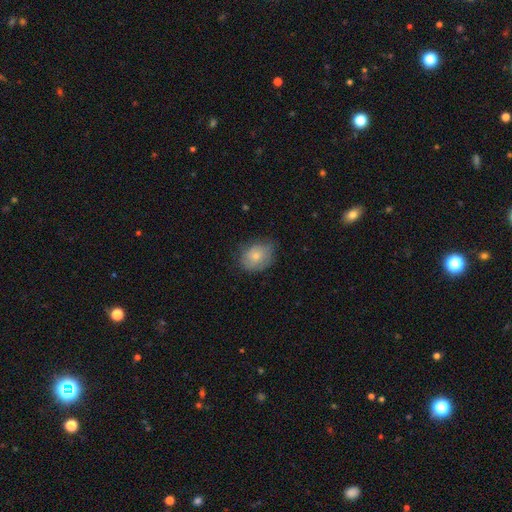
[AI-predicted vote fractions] Morphology: type=smooth (74%); roundness=in between (54%); merging=none (63%).